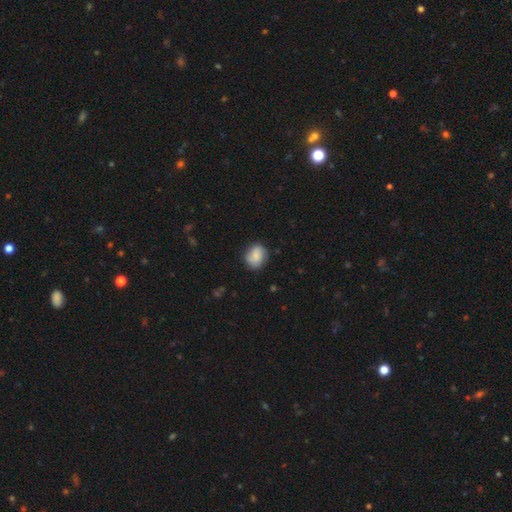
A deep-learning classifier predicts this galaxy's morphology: This is likely a smooth galaxy (76%). How rounded: possibly round (55%). Merging: likely none (77%).